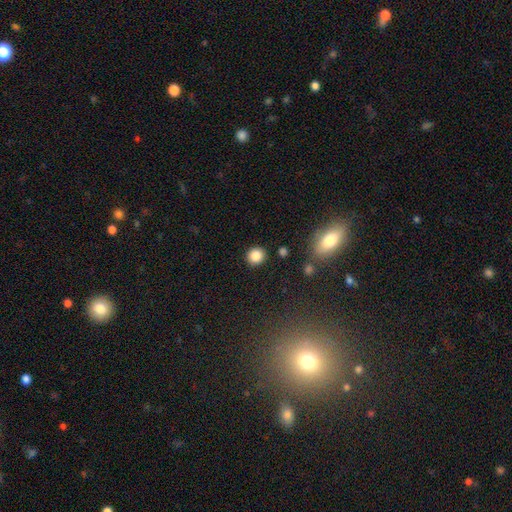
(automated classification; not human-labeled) Morphology: type=smooth (85%); roundness=round (87%); merging=none (88%).